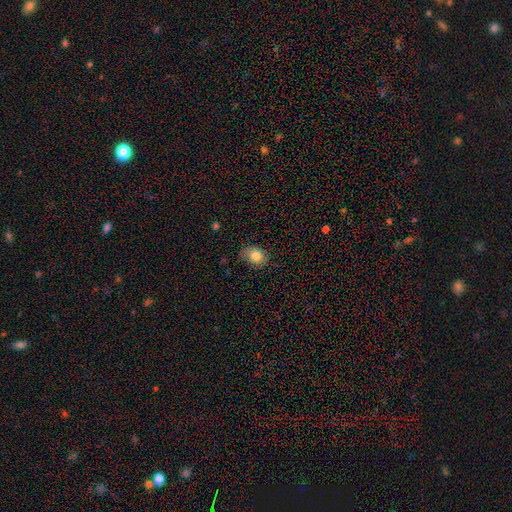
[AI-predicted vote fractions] Q: Smooth or featured?
A: smooth (84%); runner-up: star or artifact (9%)
Q: How rounded?
A: in between (56%); runner-up: round (43%)
Q: Merging?
A: none (68%); runner-up: minor disturbance (25%)